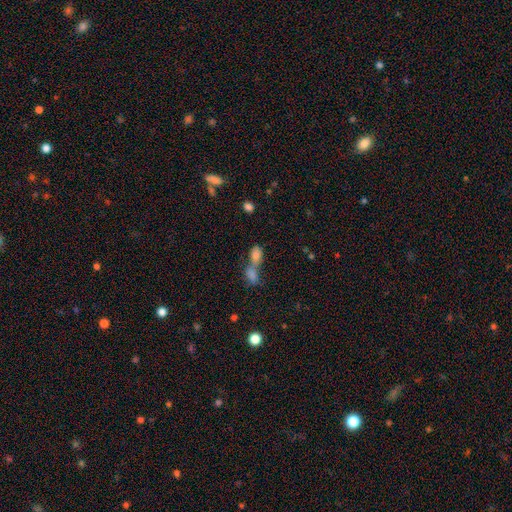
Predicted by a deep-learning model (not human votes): Smooth or featured?
  - smooth: 74% *
  - featured or disk: 13%
  - star or artifact: 13%
How rounded?
  - in between: 79% *
  - round: 15%
  - cigar-shaped: 6%
Merging?
  - merger: 65% *
  - none: 24%
  - minor disturbance: 7%
  - major disturbance: 5%